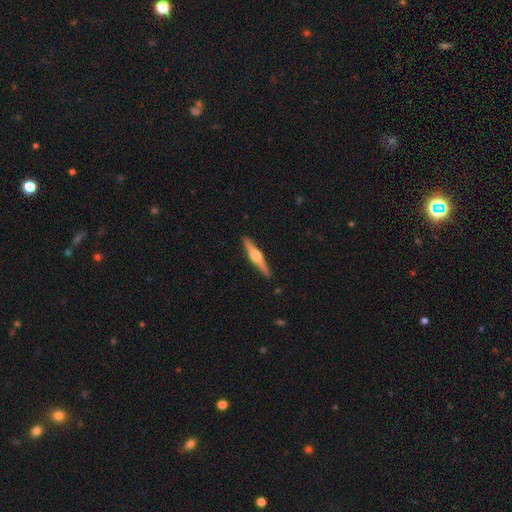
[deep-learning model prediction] Smooth or featured? Predicted: featured or disk (p=0.75). Edge-on disk? Predicted: yes (p=0.98). Edge-on bulge? Predicted: rounded (p=0.94). Merging? Predicted: none (p=0.91).